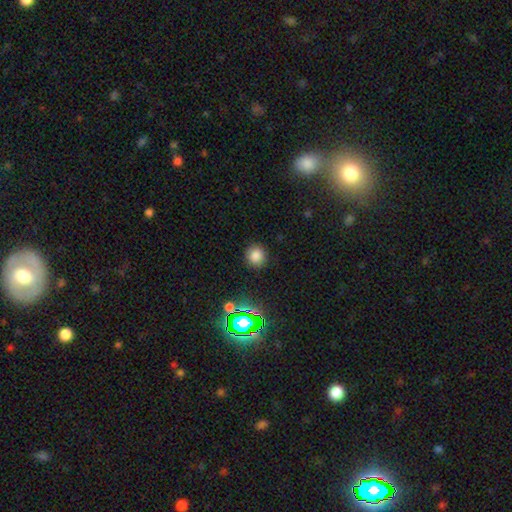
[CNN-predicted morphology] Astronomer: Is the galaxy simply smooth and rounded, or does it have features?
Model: smooth — 78%.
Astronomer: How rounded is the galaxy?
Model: round — 91%.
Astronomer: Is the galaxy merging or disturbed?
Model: none — 89%.